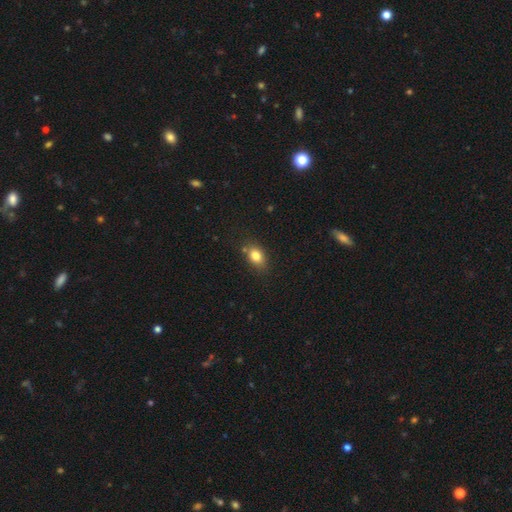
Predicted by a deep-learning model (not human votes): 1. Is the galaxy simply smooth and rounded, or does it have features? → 81% smooth, 10% star or artifact, 9% featured or disk.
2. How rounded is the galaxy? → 75% in between, 23% round, 2% cigar-shaped.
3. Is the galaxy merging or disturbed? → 73% none, 17% minor disturbance, 6% merger, 4% major disturbance.